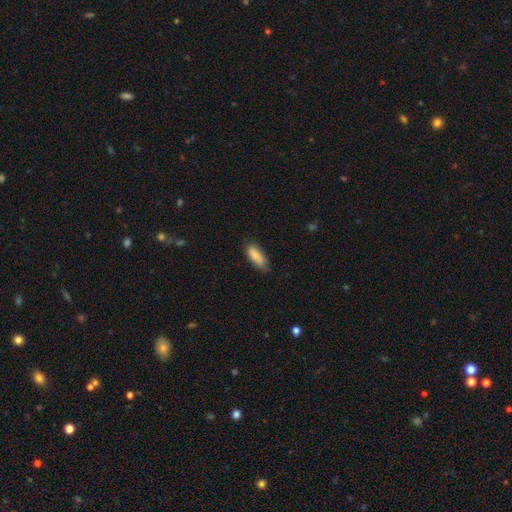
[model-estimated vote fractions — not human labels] Q: Smooth or featured?
A: smooth (88%); runner-up: star or artifact (6%)
Q: How rounded?
A: in between (76%); runner-up: cigar-shaped (22%)
Q: Merging?
A: none (70%); runner-up: minor disturbance (25%)